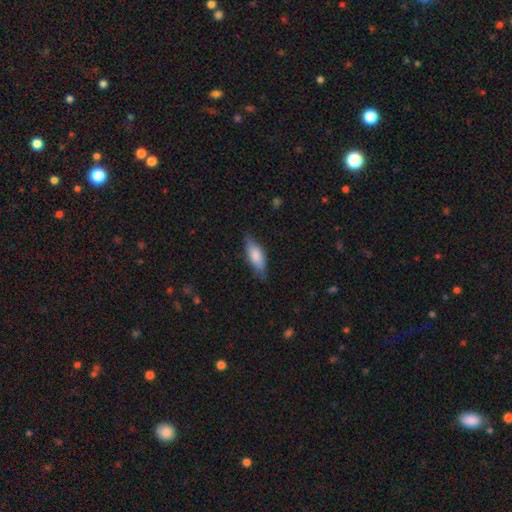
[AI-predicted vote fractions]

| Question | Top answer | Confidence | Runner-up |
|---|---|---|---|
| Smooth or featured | smooth | 77% | featured or disk (17%) |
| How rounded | in between | 66% | cigar-shaped (32%) |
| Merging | none | 77% | minor disturbance (19%) |